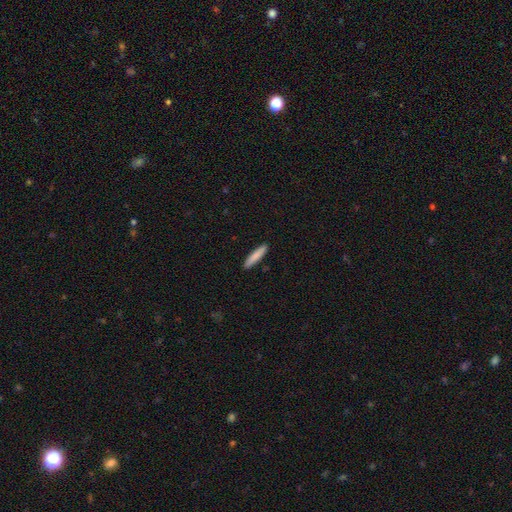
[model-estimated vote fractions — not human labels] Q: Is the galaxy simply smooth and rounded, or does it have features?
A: smooth — 85%.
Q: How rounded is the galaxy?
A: cigar-shaped — 89%.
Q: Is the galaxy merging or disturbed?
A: none — 91%.